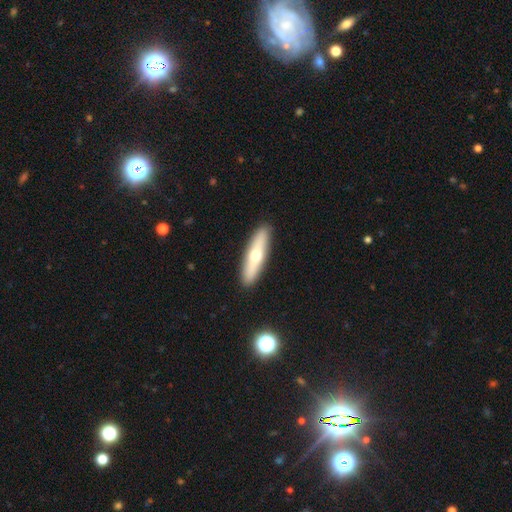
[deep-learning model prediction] Overall: smooth (49%; featured or disk 45%). Merging: none (91%).